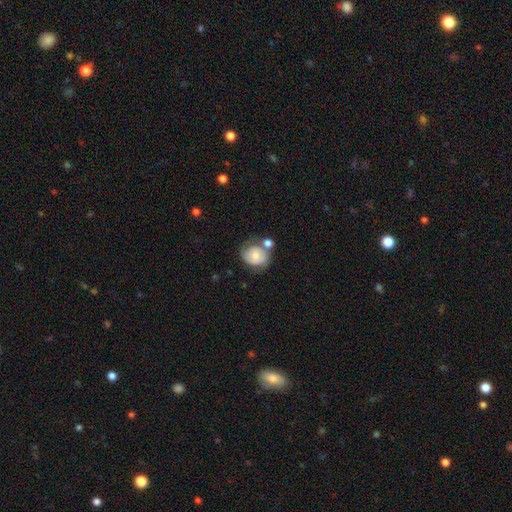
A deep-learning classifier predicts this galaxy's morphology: A smooth galaxy with no disk features (59%) that is round (66%).

Vote fractions:
- Smooth or featured? smooth: 59% / featured or disk: 33% / star or artifact: 8%
- How rounded? round: 66% / in between: 33% / cigar-shaped: 1%
- Merging? none: 46% / merger: 23% / minor disturbance: 21% / major disturbance: 9%